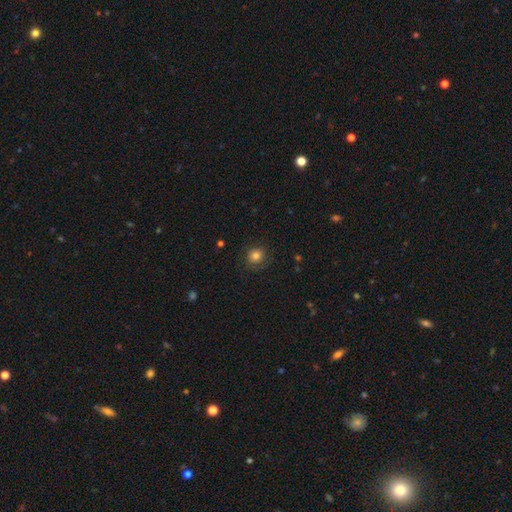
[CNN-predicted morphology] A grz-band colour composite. It shows a smooth galaxy with no disk features (77%) that is round (86%). Merging: none (79%).